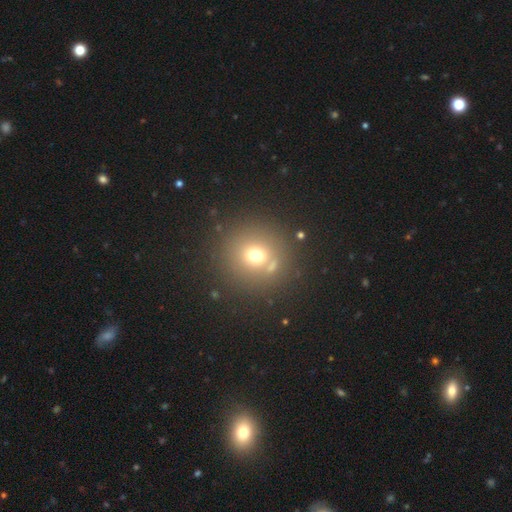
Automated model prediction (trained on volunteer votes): Smooth or featured?
  - smooth: 66% *
  - star or artifact: 20%
  - featured or disk: 14%
How rounded?
  - round: 90% *
  - in between: 9%
  - cigar-shaped: 1%
Merging?
  - none: 77% *
  - merger: 9%
  - minor disturbance: 9%
  - major disturbance: 5%